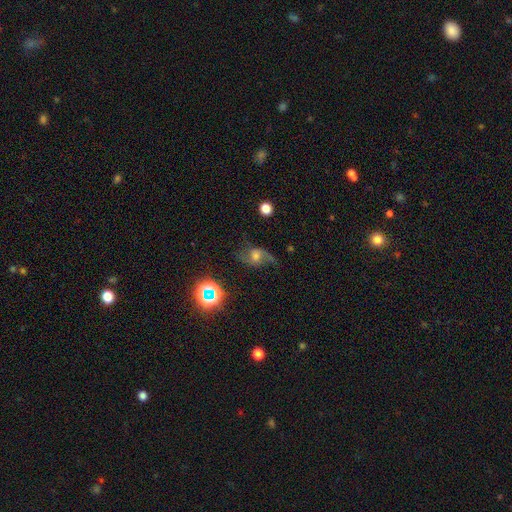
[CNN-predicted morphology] A featured or disk galaxy (60%) with no bar (59%), 2 (83%) loose (74%) spiral arms (90%) and a moderate central bulge (50%).

Vote fractions:
- Smooth or featured? featured or disk: 60% / smooth: 23% / star or artifact: 17%
- Edge-on disk? no: 95% / yes: 5%
- Bar? no: 59% / weak: 33% / strong: 8%
- Spiral arms? yes: 90% / no: 10%
- Spiral winding? loose: 74% / medium: 21% / tight: 5%
- Spiral arm count? 2: 83% / 1: 9% / can't tell: 4% / 3: 1% / 4: 1% / more than 4: 1%
- Bulge size? moderate: 50% / small: 27% / large: 13% / none: 7% / dominant: 3%
- Merging? none: 56% / minor disturbance: 24% / major disturbance: 18% / merger: 3%